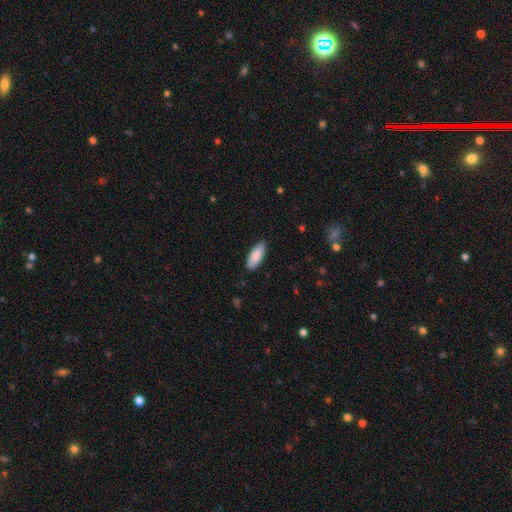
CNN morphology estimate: type=smooth (87%); roundness=in between (77%); merging=none (86%).